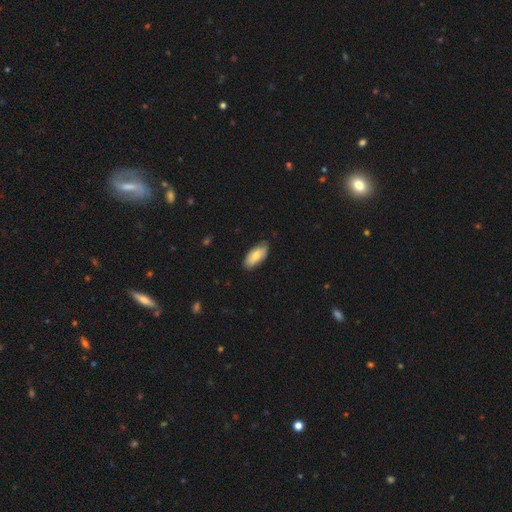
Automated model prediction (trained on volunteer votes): Smooth or featured: smooth — 73% (featured or disk — 21%)
How rounded: in between — 90% (cigar-shaped — 8%)
Merging: none — 80% (minor disturbance — 17%)